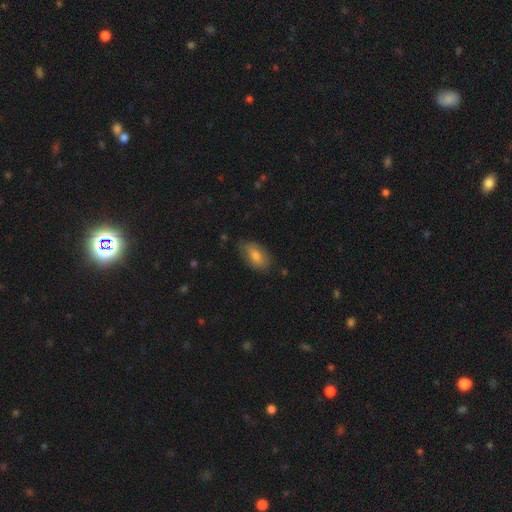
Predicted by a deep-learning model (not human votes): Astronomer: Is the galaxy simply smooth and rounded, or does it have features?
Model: smooth — 72%.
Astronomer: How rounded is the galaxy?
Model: in between — 92%.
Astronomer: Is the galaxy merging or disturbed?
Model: none — 77%.